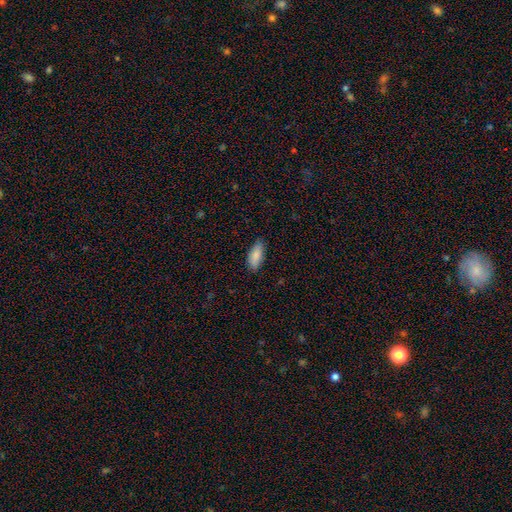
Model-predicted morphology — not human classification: Smooth or featured?
  - smooth: 86% *
  - featured or disk: 8%
  - star or artifact: 6%
How rounded?
  - in between: 79% *
  - cigar-shaped: 19%
  - round: 2%
Merging?
  - none: 84% *
  - minor disturbance: 13%
  - major disturbance: 2%
  - merger: 1%